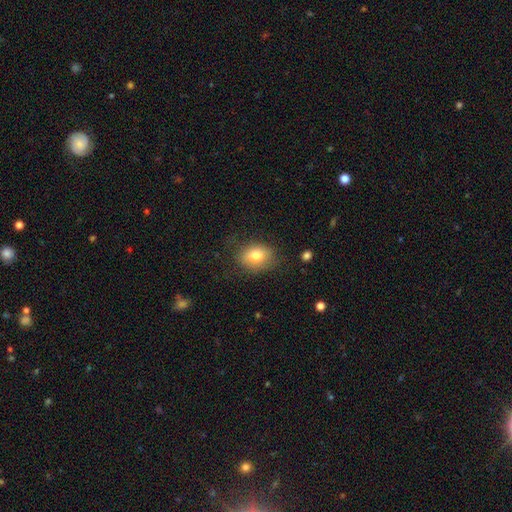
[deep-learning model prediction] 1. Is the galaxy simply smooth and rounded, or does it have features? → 78% smooth, 13% featured or disk, 9% star or artifact.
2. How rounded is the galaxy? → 60% in between, 39% round, 1% cigar-shaped.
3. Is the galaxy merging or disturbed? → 73% none, 19% minor disturbance, 6% major disturbance, 2% merger.